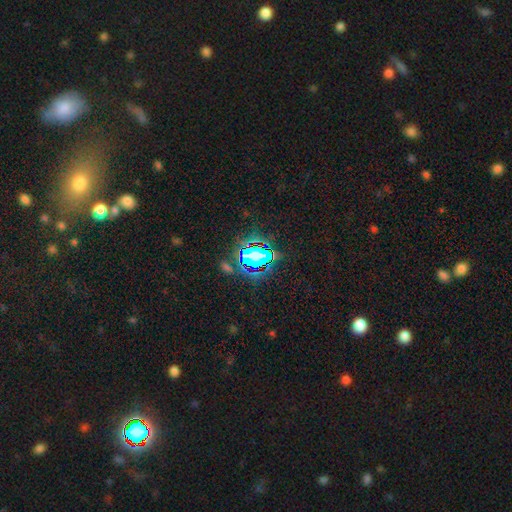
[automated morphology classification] smooth-or-featured: star or artifact: 60% | smooth: 27% | featured or disk: 13%